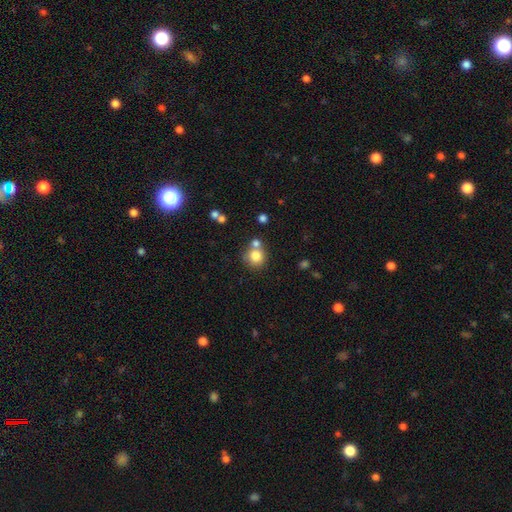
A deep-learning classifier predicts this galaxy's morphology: This appears to be a smooth galaxy with no disk features (79%) that is round (89%). Merging: none (58%).